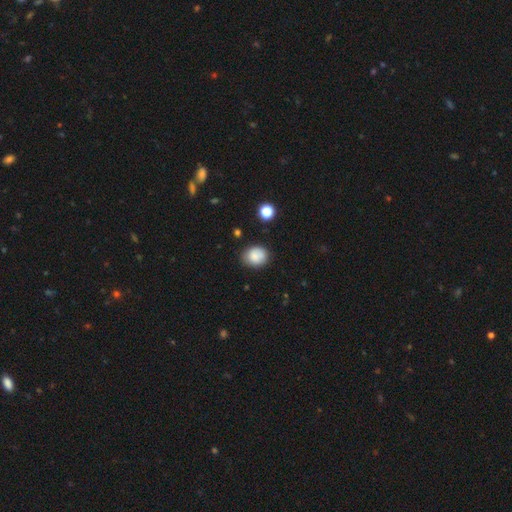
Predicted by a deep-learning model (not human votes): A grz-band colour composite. It shows a smooth galaxy with no disk features (82%) that is round (61%). Merging: none (72%).